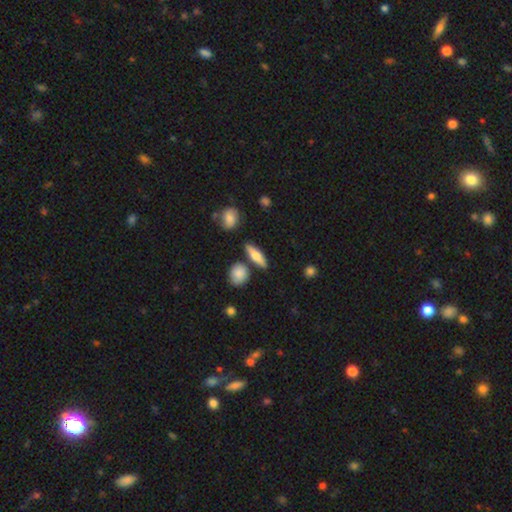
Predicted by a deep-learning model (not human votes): smooth-or-featured: smooth: 59% | featured or disk: 34% | star or artifact: 7%
  how-rounded: cigar-shaped: 55% | in between: 39% | round: 6%
  merging: none: 80% | minor disturbance: 10% | merger: 7% | major disturbance: 3%